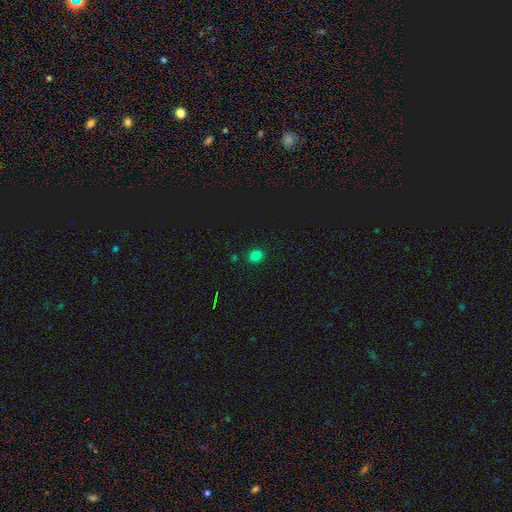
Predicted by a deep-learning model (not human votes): smooth_or_featured: smooth (p=0.77) [alt: star or artifact p=0.18]
how_rounded: round (p=0.69) [alt: in between p=0.30]
merging: none (p=0.88) [alt: minor disturbance p=0.08]